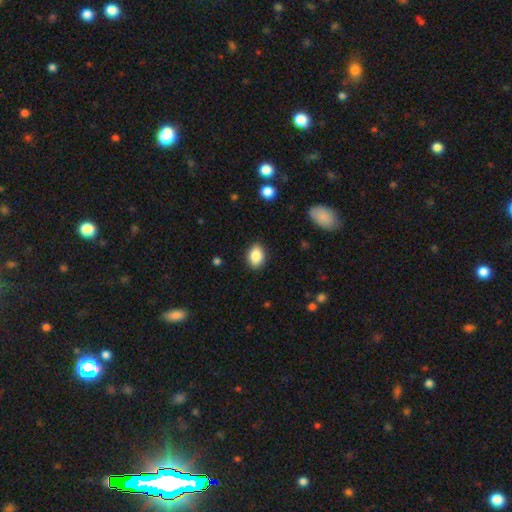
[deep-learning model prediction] smooth 87%, star or artifact 8%, featured or disk 6%. Down the decision tree: how rounded — in between (79%); merging — none (87%).